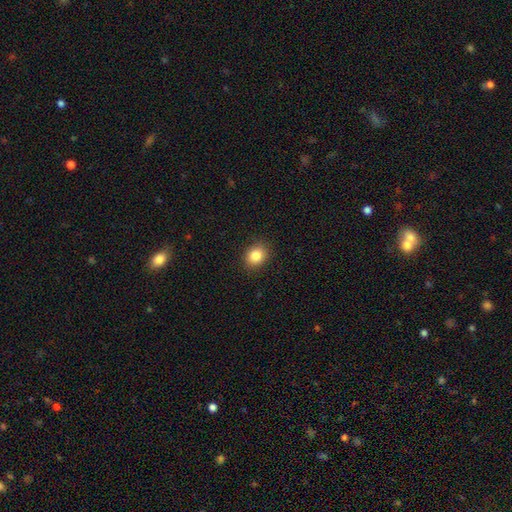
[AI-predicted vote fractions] A smooth galaxy with no disk features (85%) that is round (59%).

Vote fractions:
- Smooth or featured? smooth: 85% / star or artifact: 10% / featured or disk: 5%
- How rounded? round: 59% / in between: 40% / cigar-shaped: 1%
- Merging? none: 88% / minor disturbance: 8% / major disturbance: 2% / merger: 1%